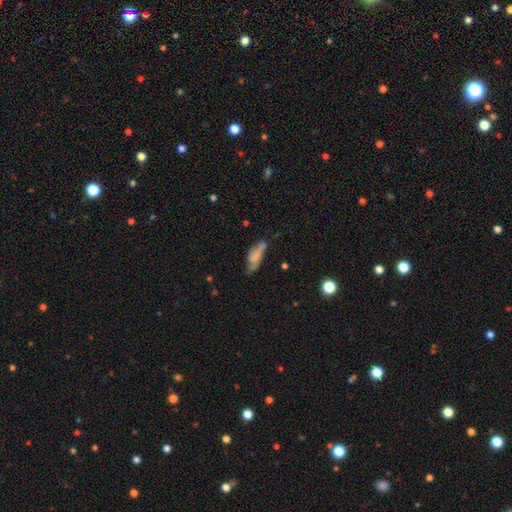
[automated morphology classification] A smooth galaxy with no disk features (61%) that is in between round and cigar-shaped (60%).

Vote fractions:
- Smooth or featured? smooth: 61% / featured or disk: 30% / star or artifact: 9%
- How rounded? in between: 60% / cigar-shaped: 38% / round: 3%
- Merging? none: 46% / minor disturbance: 34% / major disturbance: 16% / merger: 4%